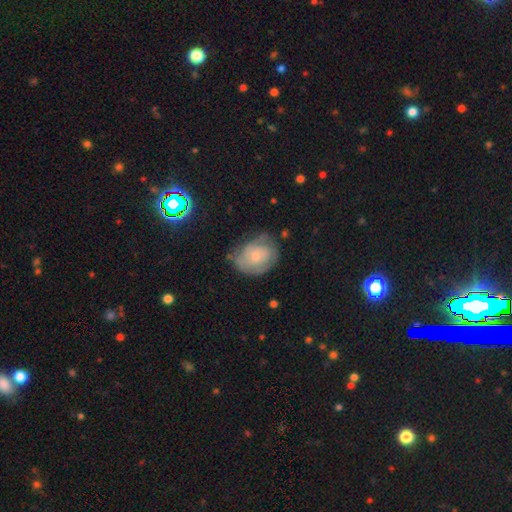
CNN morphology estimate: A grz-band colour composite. It shows a featured or disk galaxy (52%) with no bar (83%), spiral arms (64%) and a small central bulge (59%). Merging: none (53%).